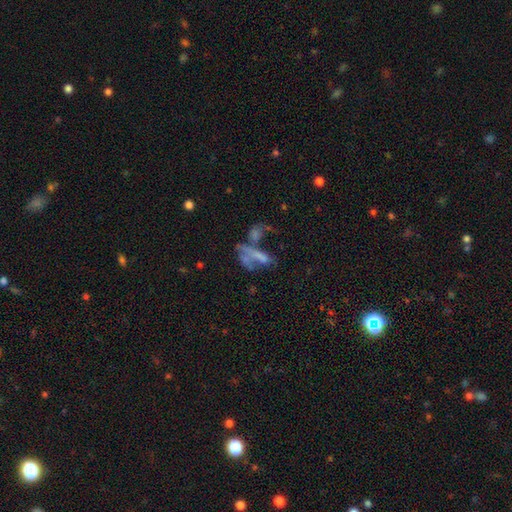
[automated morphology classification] type=featured or disk (40%); merging=merger (48%).